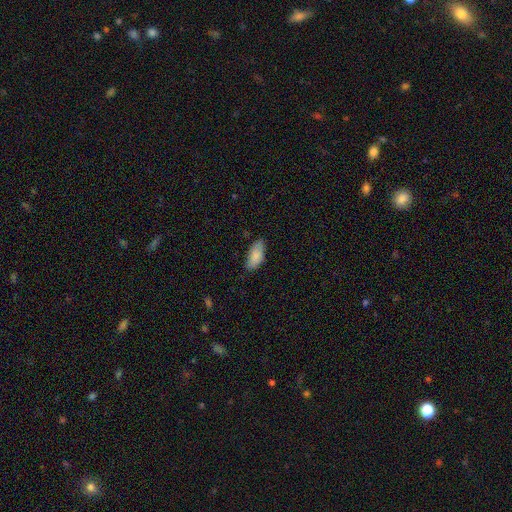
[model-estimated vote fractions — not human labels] Q: Smooth or featured?
A: smooth (85%); runner-up: featured or disk (9%)
Q: How rounded?
A: in between (89%); runner-up: cigar-shaped (9%)
Q: Merging?
A: none (72%); runner-up: minor disturbance (23%)